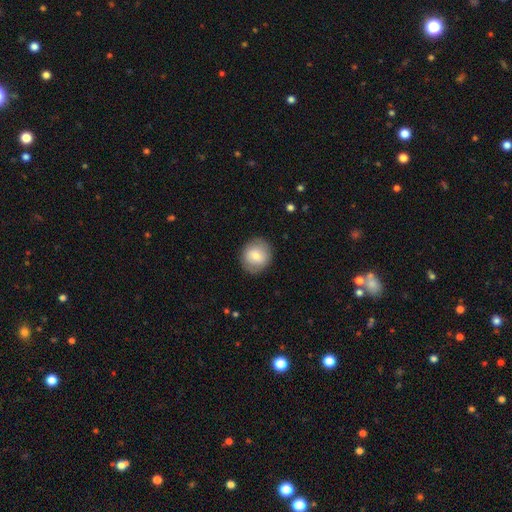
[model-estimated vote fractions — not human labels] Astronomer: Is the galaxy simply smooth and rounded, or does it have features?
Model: smooth — 76%.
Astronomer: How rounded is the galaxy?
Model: round — 83%.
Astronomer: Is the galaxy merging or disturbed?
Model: none — 86%.